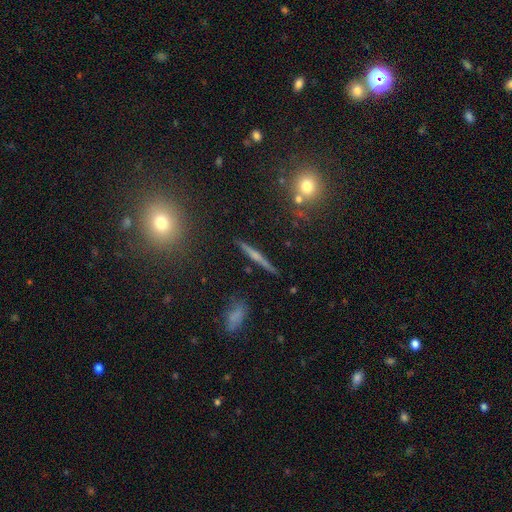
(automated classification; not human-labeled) Smooth or featured? featured or disk (58%)
Edge-on disk? yes (96%)
Edge-on bulge? rounded (56%)
Merging? none (89%)